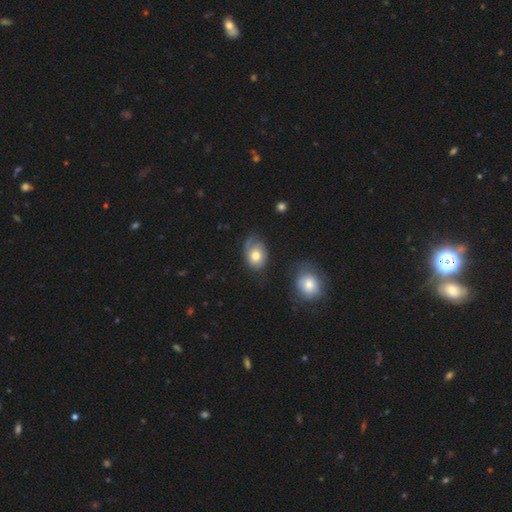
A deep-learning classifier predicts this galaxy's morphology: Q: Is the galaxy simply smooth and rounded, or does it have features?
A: smooth — 51%.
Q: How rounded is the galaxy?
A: in between — 70%.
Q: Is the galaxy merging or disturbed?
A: none — 54%.